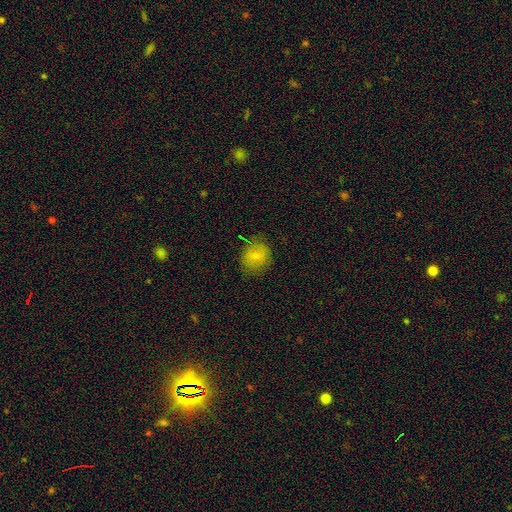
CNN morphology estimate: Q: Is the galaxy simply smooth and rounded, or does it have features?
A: smooth — 78%.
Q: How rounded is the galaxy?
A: round — 69%.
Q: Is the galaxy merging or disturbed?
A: none — 76%.